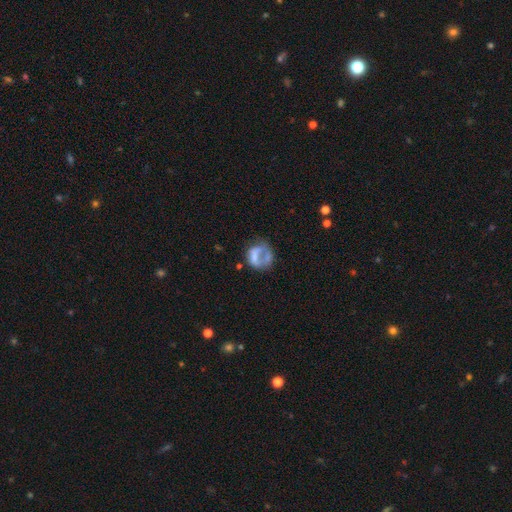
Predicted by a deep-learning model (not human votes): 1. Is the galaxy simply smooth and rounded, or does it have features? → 50% smooth, 40% featured or disk, 10% star or artifact.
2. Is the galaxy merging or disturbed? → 37% none, 34% major disturbance, 19% minor disturbance, 10% merger.